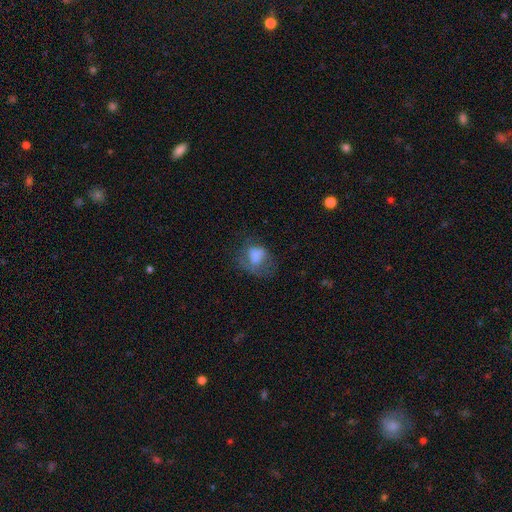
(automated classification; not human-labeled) Overall: smooth (66%). How rounded: in between (58%; round 41%). Merging: major disturbance (37%; none 35%).